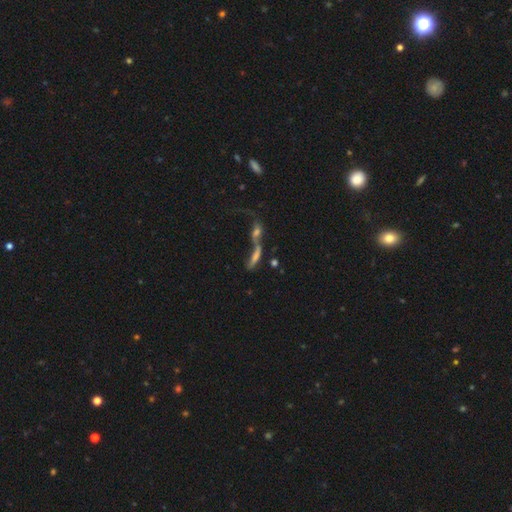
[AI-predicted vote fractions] Smooth or featured? featured or disk (42%)
Merging? merger (64%)